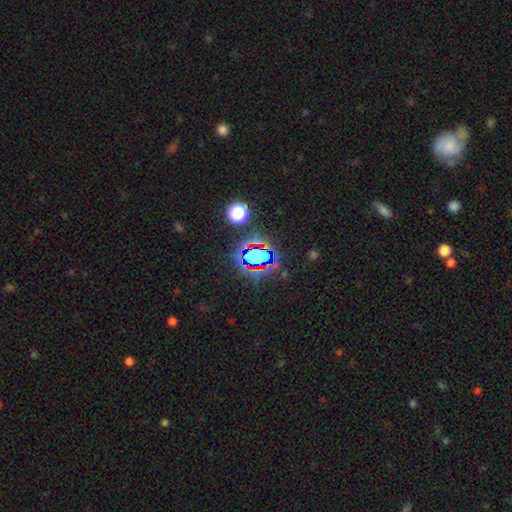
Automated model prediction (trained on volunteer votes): Smooth or featured?
  - star or artifact: 60% *
  - smooth: 28%
  - featured or disk: 12%